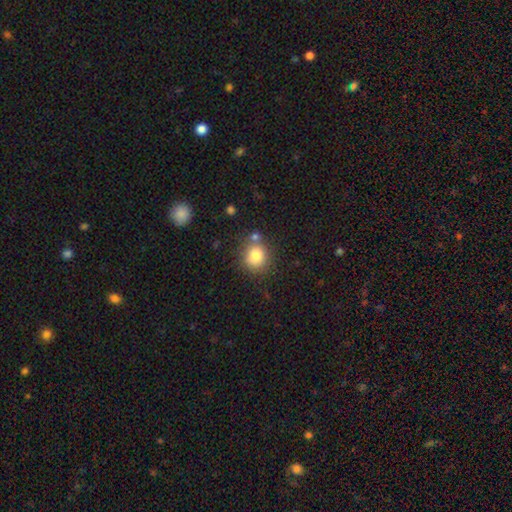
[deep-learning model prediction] Smooth or featured: smooth — 81% (star or artifact — 11%)
How rounded: round — 83% (in between — 16%)
Merging: none — 71% (merger — 13%)